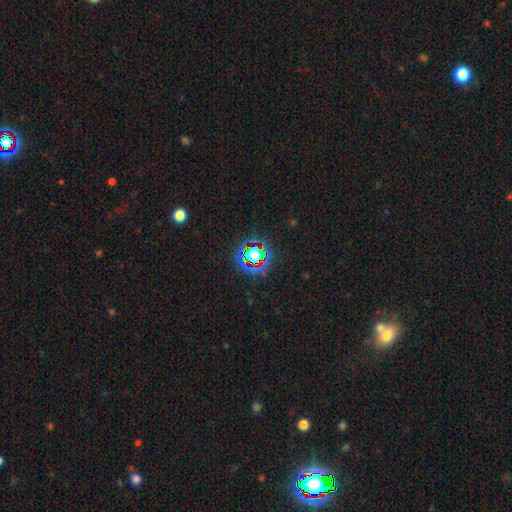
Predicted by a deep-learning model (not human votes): The model was most divided on "smooth or featured": star or artifact: 68%, smooth: 20%, featured or disk: 11%.